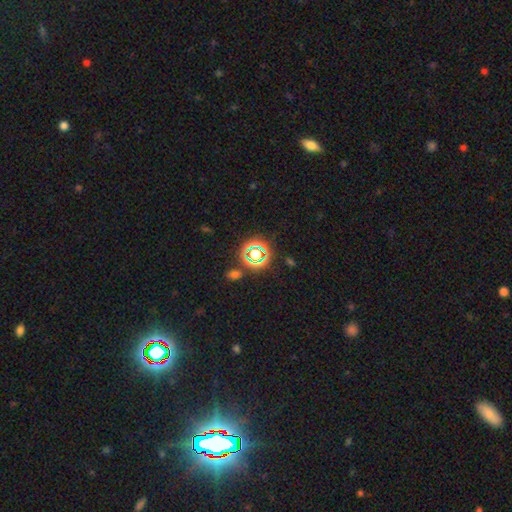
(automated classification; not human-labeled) This is likely a star or artifact rather than a galaxy (62%).